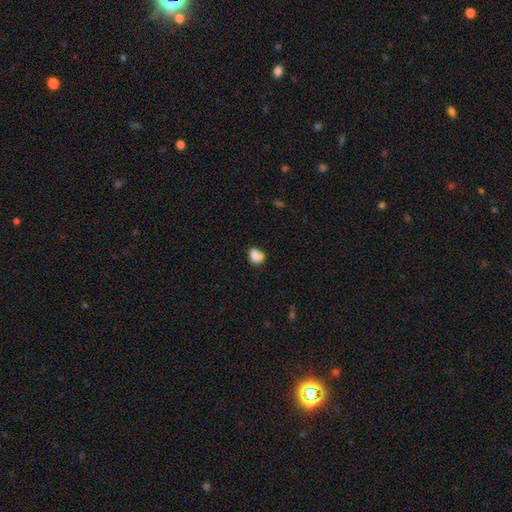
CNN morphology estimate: type=smooth (77%); roundness=in between (63%); merging=none (36%).